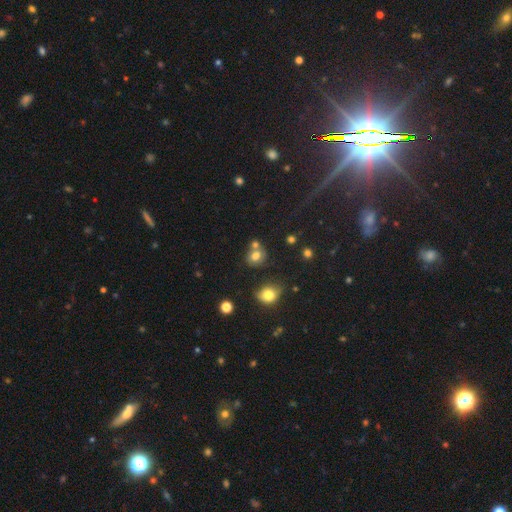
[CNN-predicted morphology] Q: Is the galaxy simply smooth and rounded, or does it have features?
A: smooth — 73%.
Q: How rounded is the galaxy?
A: round — 66%.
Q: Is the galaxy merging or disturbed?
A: none — 49%.